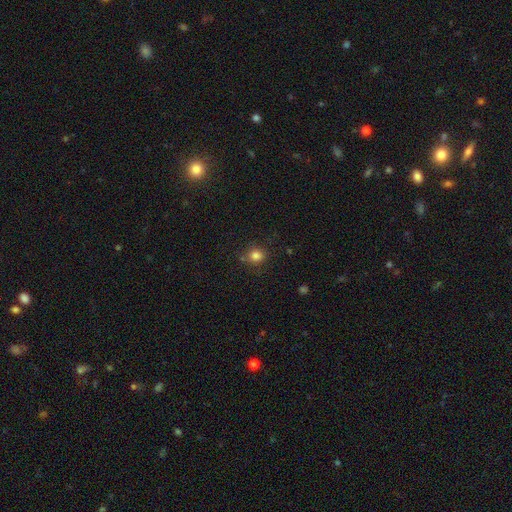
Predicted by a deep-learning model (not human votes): Q: Smooth or featured?
A: smooth (81%); runner-up: star or artifact (13%)
Q: How rounded?
A: round (74%); runner-up: in between (25%)
Q: Merging?
A: none (78%); runner-up: minor disturbance (14%)